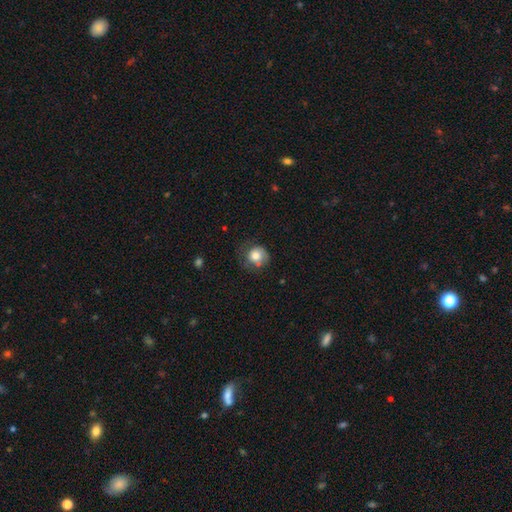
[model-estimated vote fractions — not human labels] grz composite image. It shows a smooth galaxy with no disk features (72%) that is round (82%). Merging: none (52%).